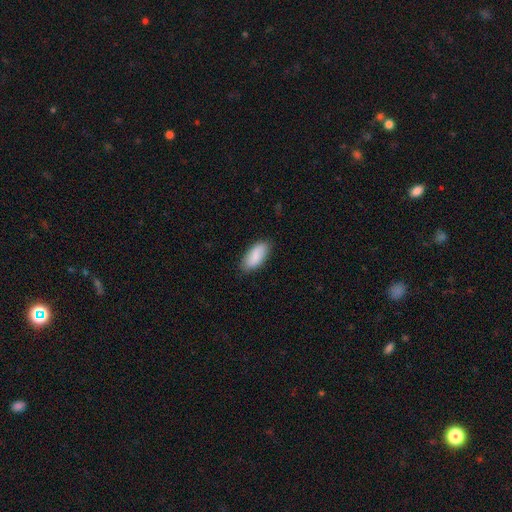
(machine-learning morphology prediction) smooth-or-featured: smooth: 88% | featured or disk: 7% | star or artifact: 6%
  how-rounded: in between: 89% | cigar-shaped: 9% | round: 2%
  merging: none: 84% | minor disturbance: 12% | major disturbance: 2% | merger: 1%